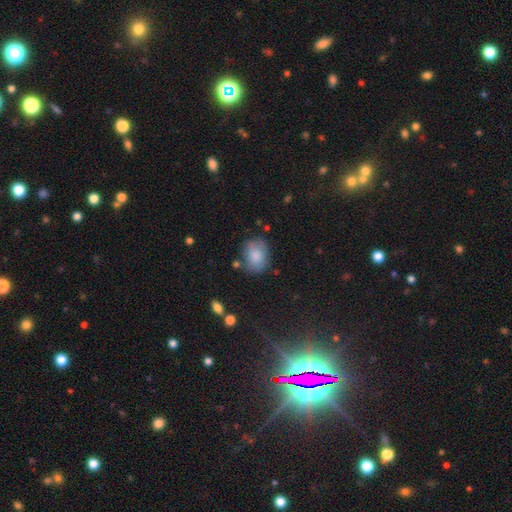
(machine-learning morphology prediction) Smooth or featured? smooth (78%)
How rounded? in between (60%)
Merging? none (64%)